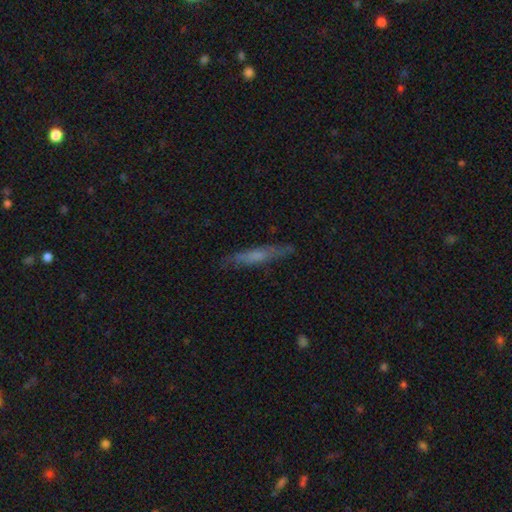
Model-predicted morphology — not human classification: A smooth galaxy with no disk features (47%).

Vote fractions:
- Smooth or featured? smooth: 47% / featured or disk: 45% / star or artifact: 8%
- Merging? none: 82% / minor disturbance: 13% / major disturbance: 3% / merger: 2%